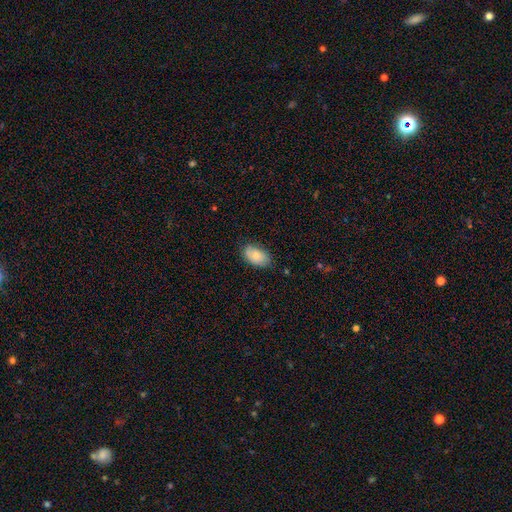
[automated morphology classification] Smooth or featured?
  - smooth: 74% *
  - featured or disk: 19%
  - star or artifact: 7%
How rounded?
  - in between: 93% *
  - round: 6%
  - cigar-shaped: 2%
Merging?
  - none: 73% *
  - minor disturbance: 22%
  - major disturbance: 4%
  - merger: 1%